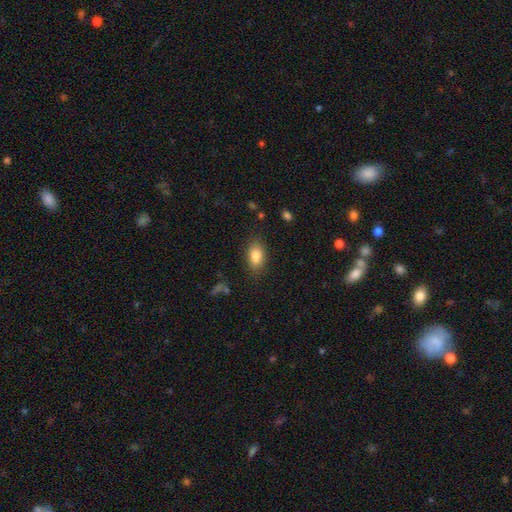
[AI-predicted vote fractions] A smooth galaxy with no disk features (85%) that is in between round and cigar-shaped (88%). Merging: none (80%).